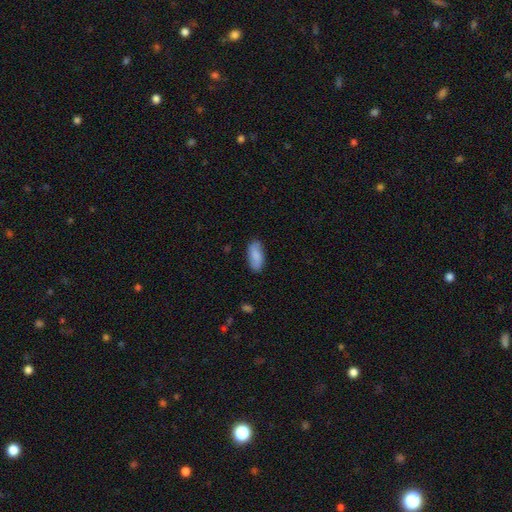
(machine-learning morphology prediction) Smooth or featured?
  - smooth: 78% *
  - featured or disk: 16%
  - star or artifact: 6%
How rounded?
  - in between: 87% *
  - cigar-shaped: 11%
  - round: 2%
Merging?
  - none: 83% *
  - minor disturbance: 13%
  - major disturbance: 3%
  - merger: 1%